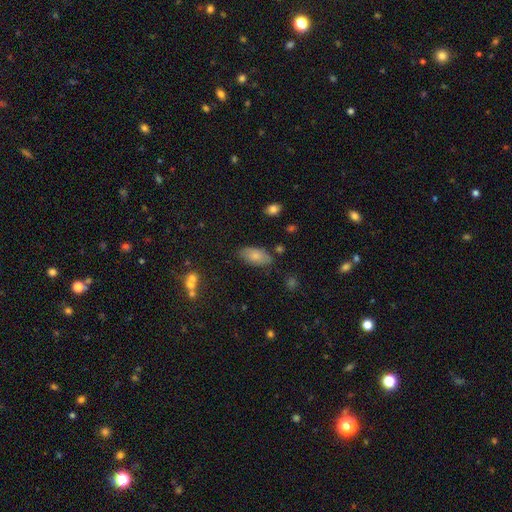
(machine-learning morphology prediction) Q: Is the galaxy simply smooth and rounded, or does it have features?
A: smooth — 80%.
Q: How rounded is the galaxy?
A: in between — 92%.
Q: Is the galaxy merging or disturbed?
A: none — 77%.